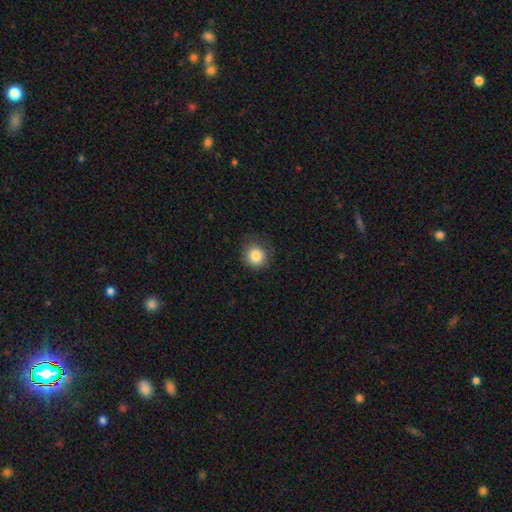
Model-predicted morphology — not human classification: A smooth galaxy with no disk features (84%) that is round (91%). Merging: none (84%).